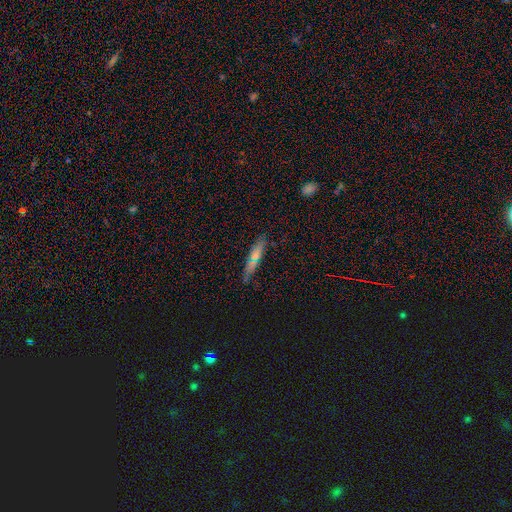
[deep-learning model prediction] The model was most divided on "smooth or featured": smooth: 49%, featured or disk: 37%, star or artifact: 14%. More confident: merging — none (81%).